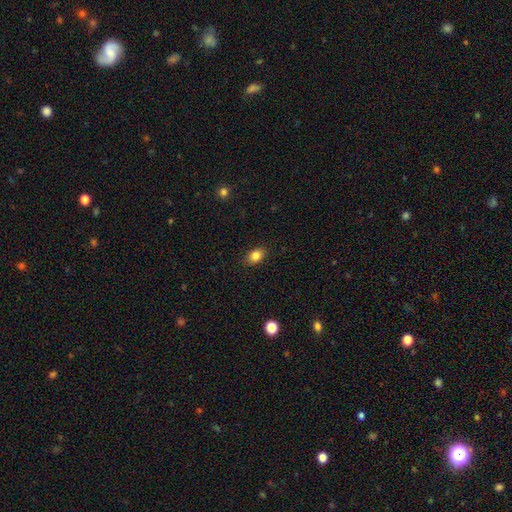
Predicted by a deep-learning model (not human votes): Smooth or featured?
  - smooth: 84% *
  - star or artifact: 10%
  - featured or disk: 6%
How rounded?
  - in between: 71% *
  - round: 28%
  - cigar-shaped: 1%
Merging?
  - none: 87% *
  - minor disturbance: 10%
  - major disturbance: 2%
  - merger: 1%